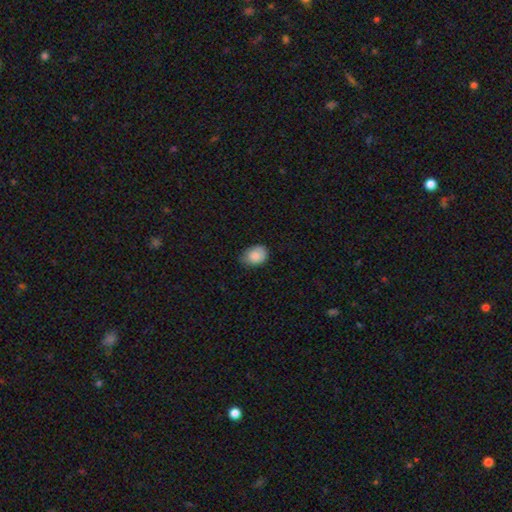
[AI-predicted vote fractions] Q: Smooth or featured?
A: smooth (87%); runner-up: star or artifact (7%)
Q: How rounded?
A: in between (66%); runner-up: round (33%)
Q: Merging?
A: none (59%); runner-up: minor disturbance (35%)